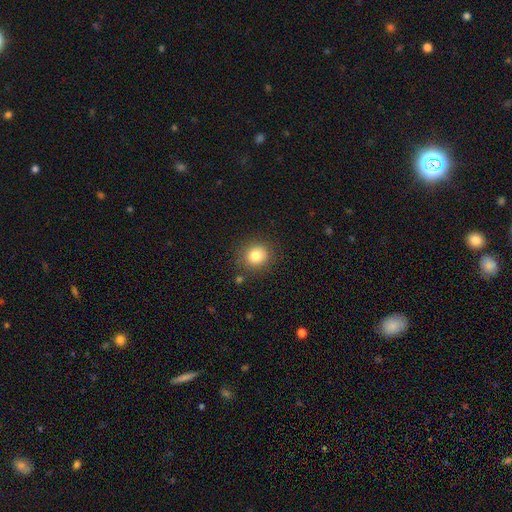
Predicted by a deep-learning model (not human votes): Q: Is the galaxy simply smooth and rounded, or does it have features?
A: smooth — 81%.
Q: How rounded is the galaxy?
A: round — 86%.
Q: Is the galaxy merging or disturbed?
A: none — 85%.